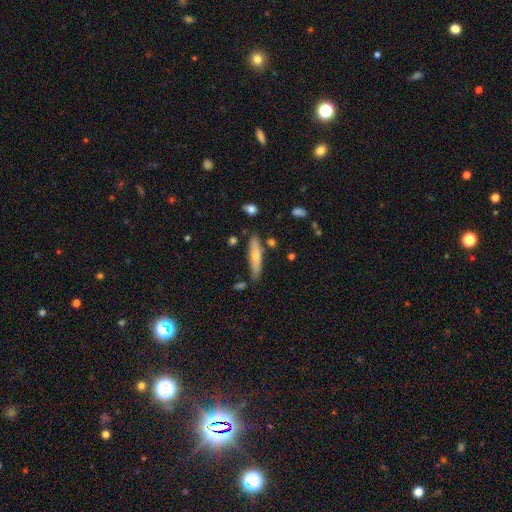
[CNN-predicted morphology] A smooth galaxy with no disk features (60%) that is cigar-shaped (80%). Merging: none (77%).